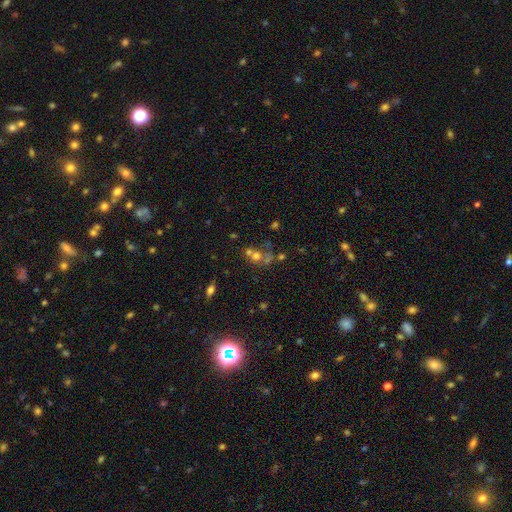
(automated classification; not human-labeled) Smooth or featured? Predicted: smooth (p=0.52). How rounded? Predicted: round (p=0.77). Merging? Predicted: merger (p=0.44).